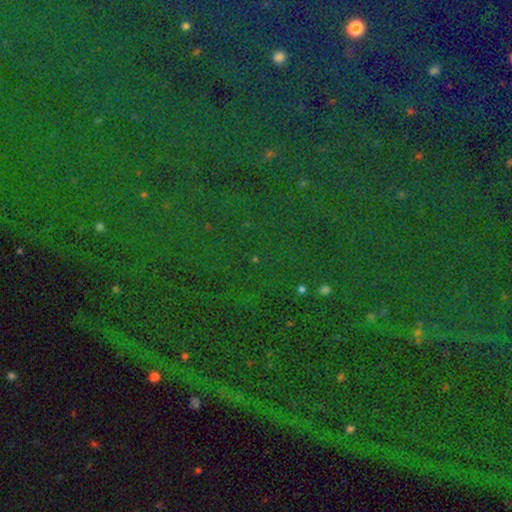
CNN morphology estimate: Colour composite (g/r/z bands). It shows a star or artifact, not a galaxy (81%).